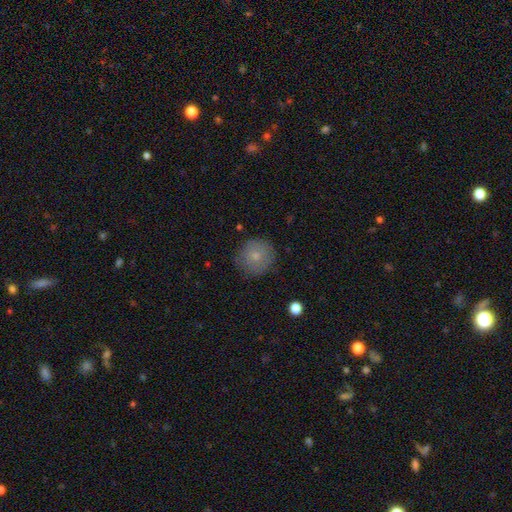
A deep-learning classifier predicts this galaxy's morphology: This is likely a smooth galaxy (75%). How rounded: clearly round (93%). Merging: clearly none (84%).